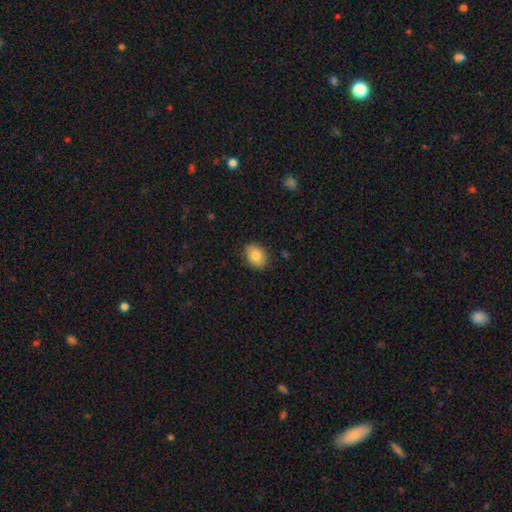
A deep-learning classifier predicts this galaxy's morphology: This is clearly a smooth galaxy (83%). How rounded: likely in between (65%). Merging: clearly none (87%).